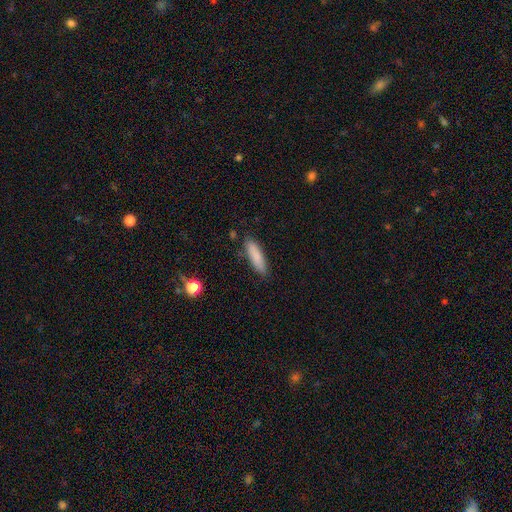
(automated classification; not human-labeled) Smooth or featured?
  - smooth: 84% *
  - featured or disk: 9%
  - star or artifact: 7%
How rounded?
  - cigar-shaped: 71% *
  - in between: 28%
  - round: 2%
Merging?
  - none: 84% *
  - minor disturbance: 12%
  - major disturbance: 2%
  - merger: 2%